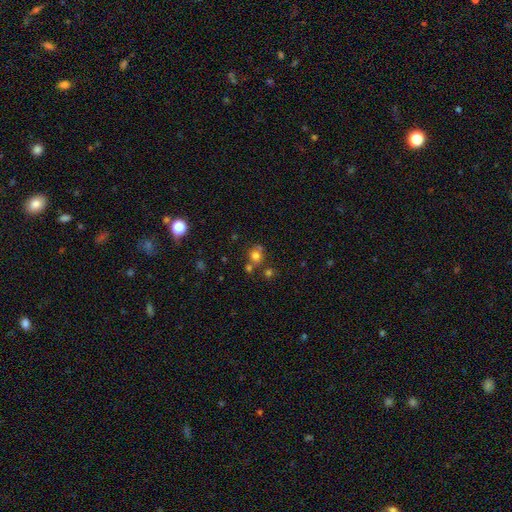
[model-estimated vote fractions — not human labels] Q: Smooth or featured?
A: smooth (72%); runner-up: star or artifact (17%)
Q: How rounded?
A: round (83%); runner-up: in between (16%)
Q: Merging?
A: none (60%); runner-up: merger (25%)